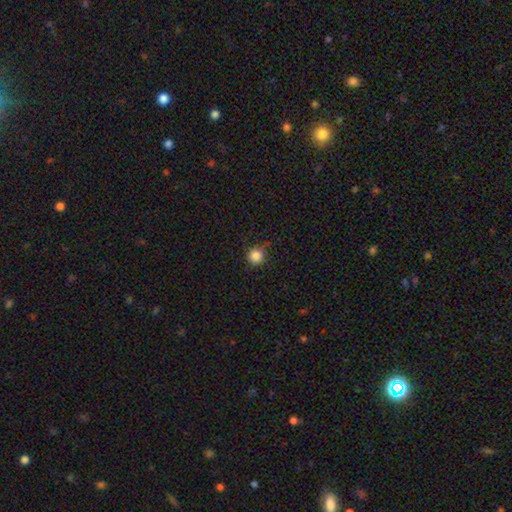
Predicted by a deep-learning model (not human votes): Morphology: type=smooth (85%); roundness=round (95%); merging=none (85%).